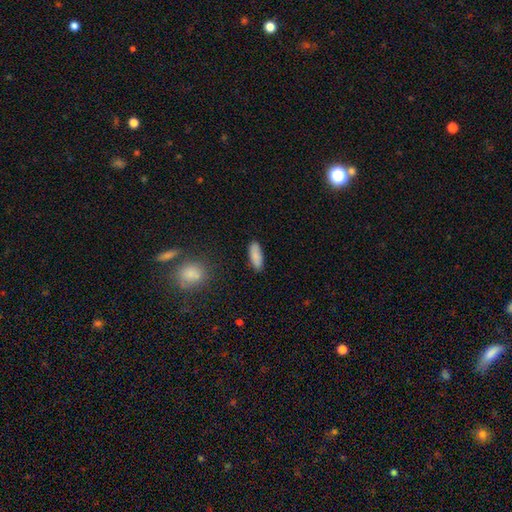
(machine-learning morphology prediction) The model was most divided on "how rounded": in between: 68%, cigar-shaped: 30%, round: 2%. More confident: merging — none (86%); smooth or featured — smooth (85%).